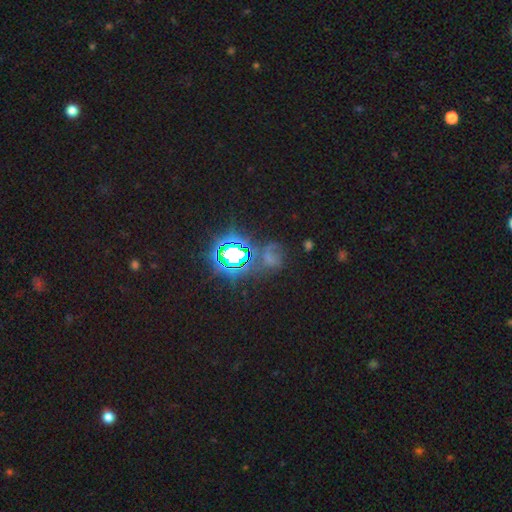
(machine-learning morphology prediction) Smooth or featured?
  - star or artifact: 77% *
  - smooth: 17%
  - featured or disk: 6%